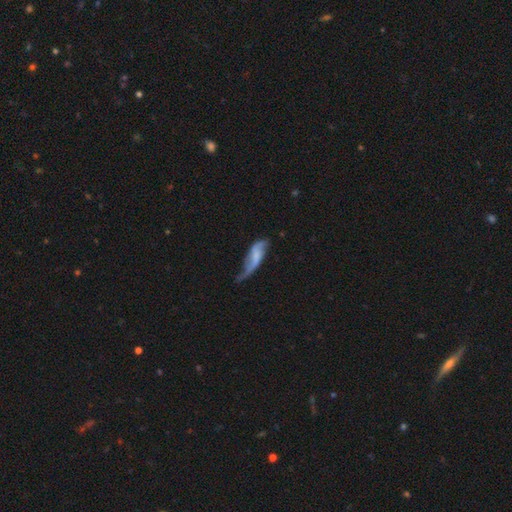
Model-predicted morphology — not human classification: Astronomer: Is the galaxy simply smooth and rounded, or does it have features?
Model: featured or disk — 64%.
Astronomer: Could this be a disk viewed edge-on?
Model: no — 87%.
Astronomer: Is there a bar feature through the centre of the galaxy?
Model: no — 48% (runner-up: weak, 36%).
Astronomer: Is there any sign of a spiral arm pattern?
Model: yes — 84%.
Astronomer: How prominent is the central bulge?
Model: none — 56%.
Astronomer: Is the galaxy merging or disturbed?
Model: none — 35% (runner-up: major disturbance, 31%).